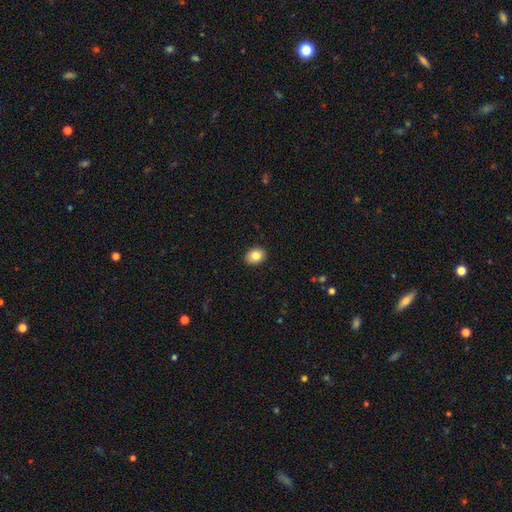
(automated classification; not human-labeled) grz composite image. It shows a smooth galaxy with no disk features (83%) that is in between round and cigar-shaped (64%). Merging: none (90%).